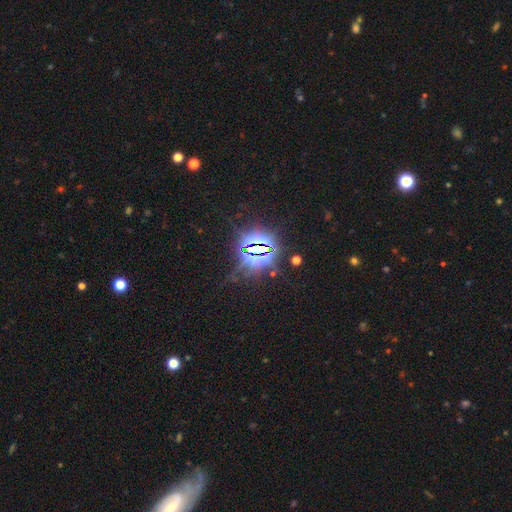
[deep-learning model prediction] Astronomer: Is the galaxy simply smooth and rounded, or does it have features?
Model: star or artifact — 81%.